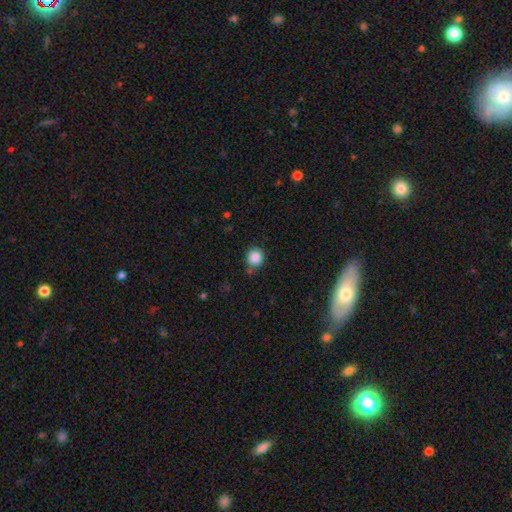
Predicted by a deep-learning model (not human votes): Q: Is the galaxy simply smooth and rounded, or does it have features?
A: smooth — 87%.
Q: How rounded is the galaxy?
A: round — 88%.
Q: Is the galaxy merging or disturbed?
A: none — 80%.